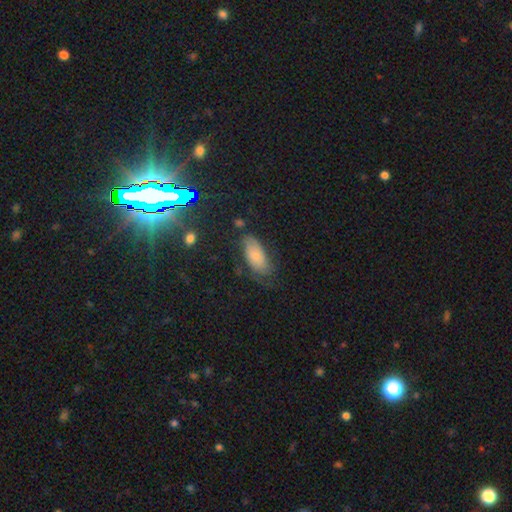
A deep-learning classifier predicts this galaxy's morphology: This appears to be a smooth galaxy with no disk features (68%) that is in between round and cigar-shaped (87%). Merging: none (59%).